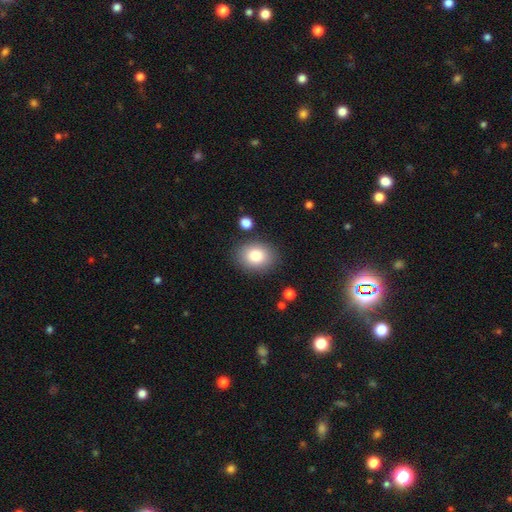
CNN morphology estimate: A smooth galaxy with no disk features (82%) that is in between round and cigar-shaped (52%). Merging: none (84%).